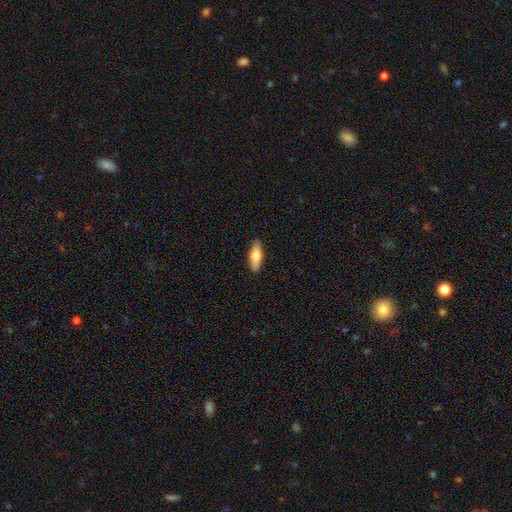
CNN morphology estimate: smooth 68%, featured or disk 26%, star or artifact 6%. Down the decision tree: how rounded — in between (59%); merging — none (90%).